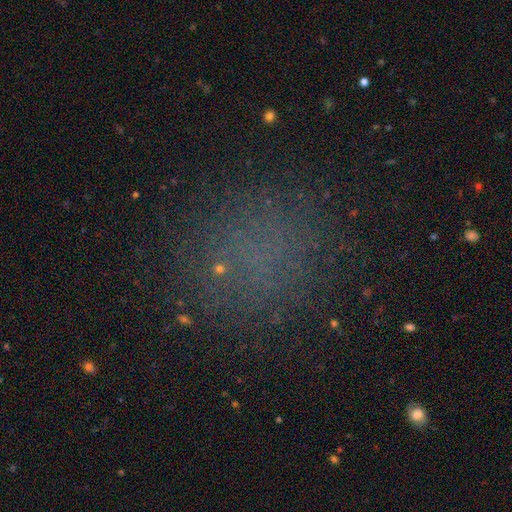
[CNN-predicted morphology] type=smooth (59%); roundness=round (86%); merging=none (85%).